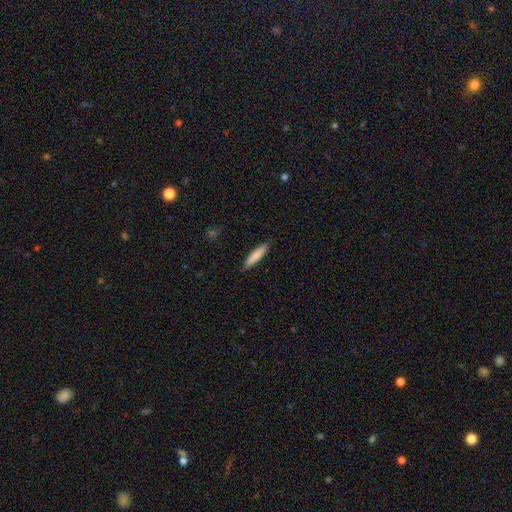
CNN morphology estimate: A smooth galaxy with no disk features (79%) that is cigar-shaped (86%).

Vote fractions:
- Smooth or featured? smooth: 79% / featured or disk: 15% / star or artifact: 6%
- How rounded? cigar-shaped: 86% / in between: 13% / round: 1%
- Merging? none: 88% / minor disturbance: 9% / major disturbance: 2% / merger: 1%